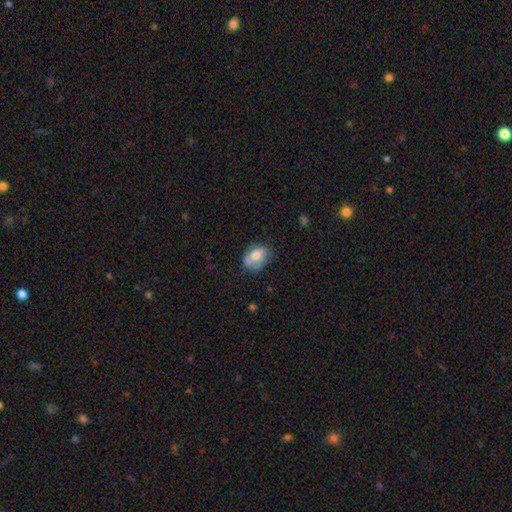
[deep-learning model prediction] smooth 65%, featured or disk 27%, star or artifact 8%. Down the decision tree: how rounded — in between (80%); merging — none (45%).